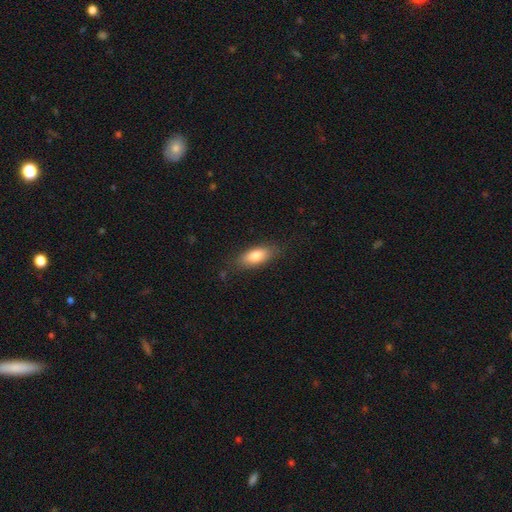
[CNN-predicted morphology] Smooth or featured: smooth — 80% (featured or disk — 14%)
How rounded: in between — 81% (cigar-shaped — 16%)
Merging: none — 82% (minor disturbance — 14%)